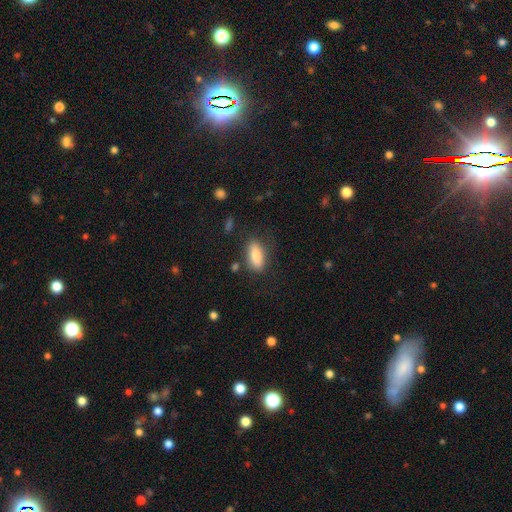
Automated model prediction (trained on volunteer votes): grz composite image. It shows a smooth galaxy with no disk features (84%) that is in between round and cigar-shaped (82%). Merging: none (75%).